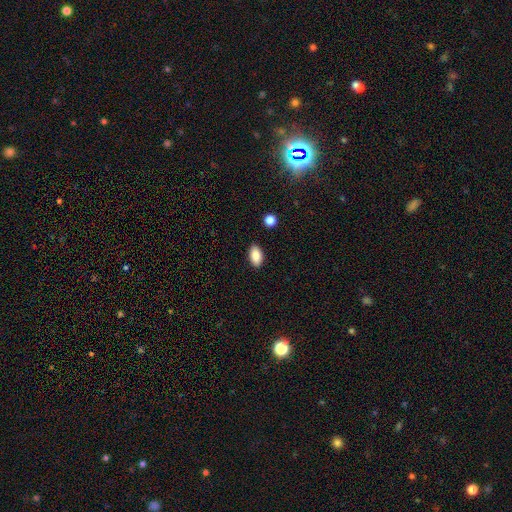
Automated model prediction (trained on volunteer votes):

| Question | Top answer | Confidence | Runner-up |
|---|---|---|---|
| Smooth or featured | smooth | 88% | star or artifact (7%) |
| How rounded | in between | 93% | round (4%) |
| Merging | none | 88% | minor disturbance (8%) |